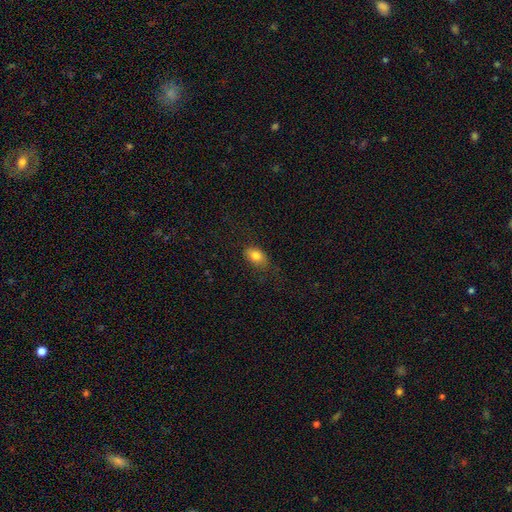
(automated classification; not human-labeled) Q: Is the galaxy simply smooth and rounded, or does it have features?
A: smooth — 82%.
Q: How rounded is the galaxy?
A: in between — 85%.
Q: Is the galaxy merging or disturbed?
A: none — 74%.